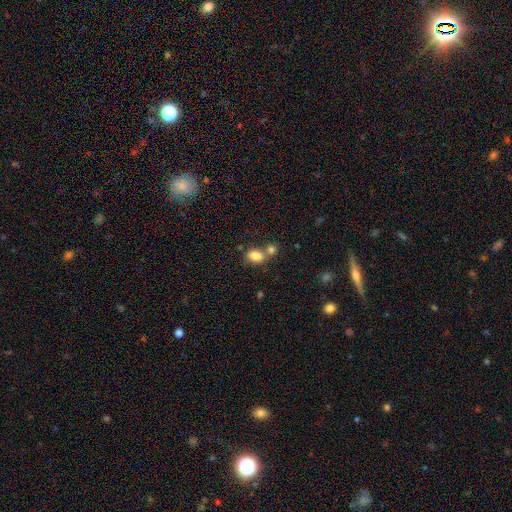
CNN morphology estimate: smooth-or-featured: smooth: 82% | star or artifact: 10% | featured or disk: 8%
  how-rounded: in between: 72% | round: 27% | cigar-shaped: 2%
  merging: merger: 44% | none: 41% | minor disturbance: 11% | major disturbance: 5%